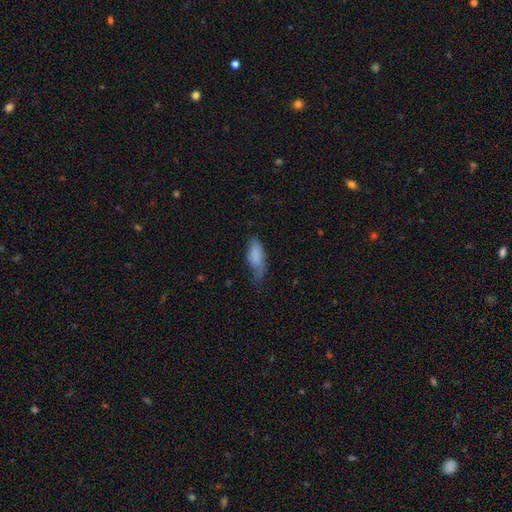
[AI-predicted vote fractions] Smooth or featured? smooth (81%)
How rounded? in between (75%)
Merging? none (41%, tied with minor disturbance)